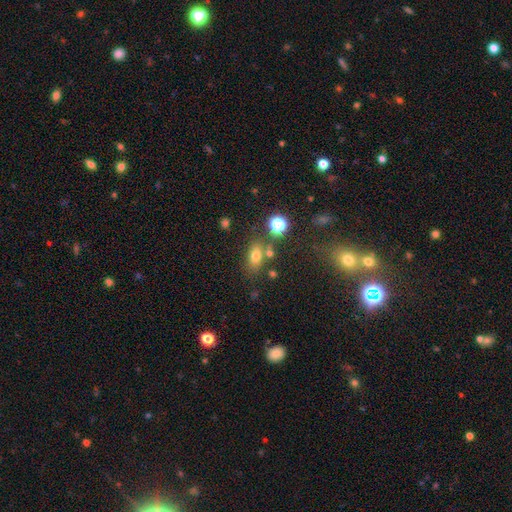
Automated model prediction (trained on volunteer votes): This appears to be a smooth galaxy with no disk features (70%) that is in between round and cigar-shaped (75%). Merging: none (68%).